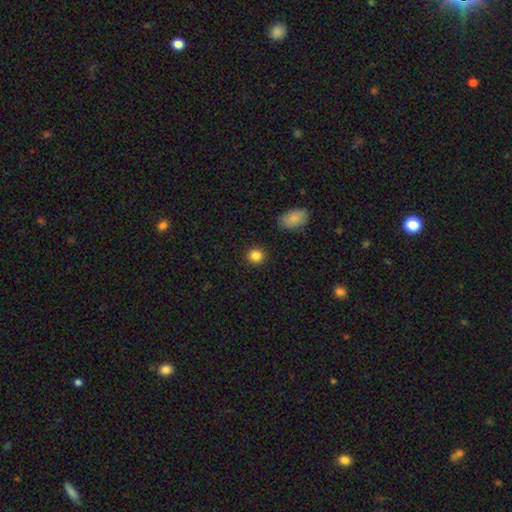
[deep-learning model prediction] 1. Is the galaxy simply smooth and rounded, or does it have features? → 85% smooth, 11% star or artifact, 4% featured or disk.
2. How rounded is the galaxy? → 88% round, 11% in between, 1% cigar-shaped.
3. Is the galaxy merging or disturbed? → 91% none, 6% minor disturbance, 2% major disturbance, 2% merger.